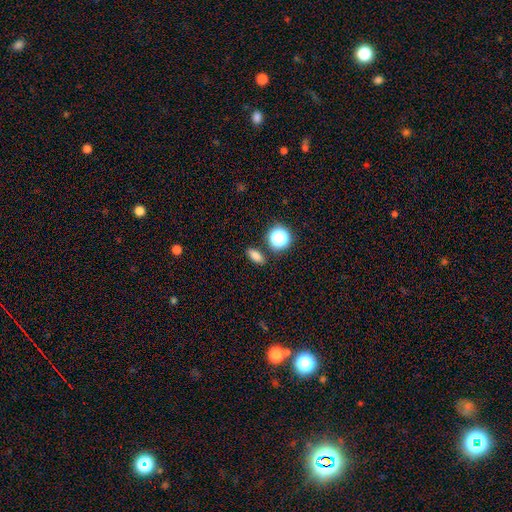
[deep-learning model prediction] smooth_or_featured: smooth (p=0.78) [alt: star or artifact p=0.15]
how_rounded: in between (p=0.72) [alt: round p=0.18]
merging: none (p=0.87) [alt: minor disturbance p=0.08]